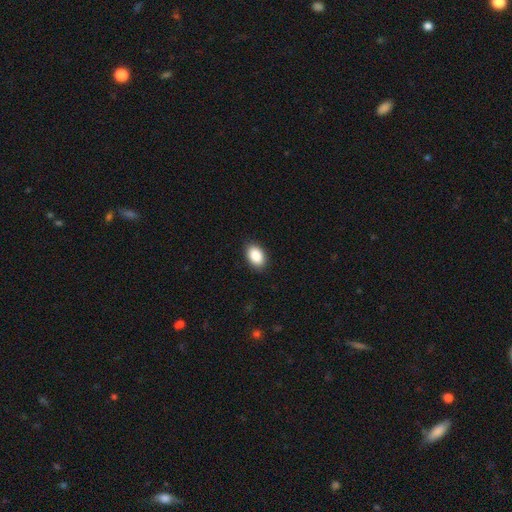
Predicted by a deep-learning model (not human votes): This appears to be a smooth galaxy with no disk features (90%) that is in between round and cigar-shaped (90%). Merging: none (88%).